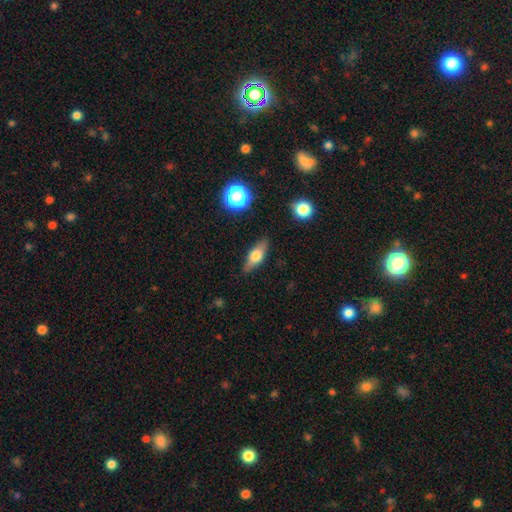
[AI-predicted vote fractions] smooth-or-featured: smooth: 55% | featured or disk: 37% | star or artifact: 8%
  how-rounded: in between: 62% | cigar-shaped: 32% | round: 6%
  merging: none: 85% | minor disturbance: 11% | major disturbance: 3% | merger: 2%